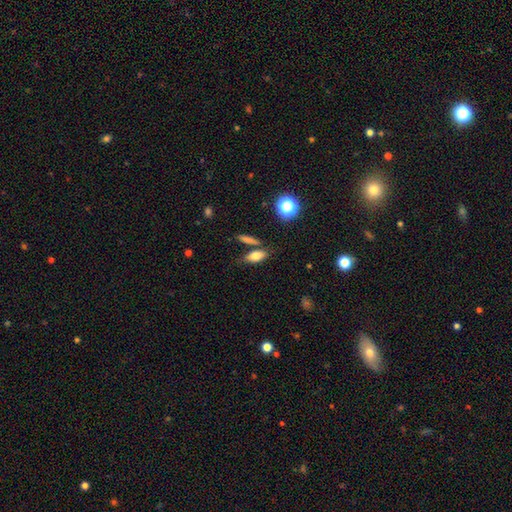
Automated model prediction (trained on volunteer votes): Morphology: type=smooth (76%); roundness=in between (74%); merging=none (69%).